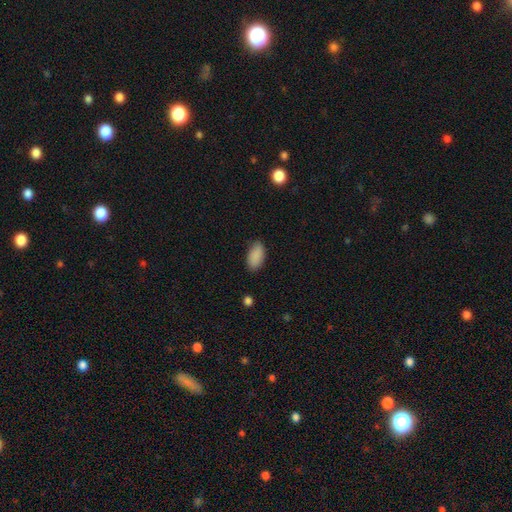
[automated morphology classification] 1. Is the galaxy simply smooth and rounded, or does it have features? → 89% smooth, 7% star or artifact, 4% featured or disk.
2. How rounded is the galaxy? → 94% in between, 4% cigar-shaped, 3% round.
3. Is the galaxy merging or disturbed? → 81% none, 15% minor disturbance, 3% major disturbance, 1% merger.